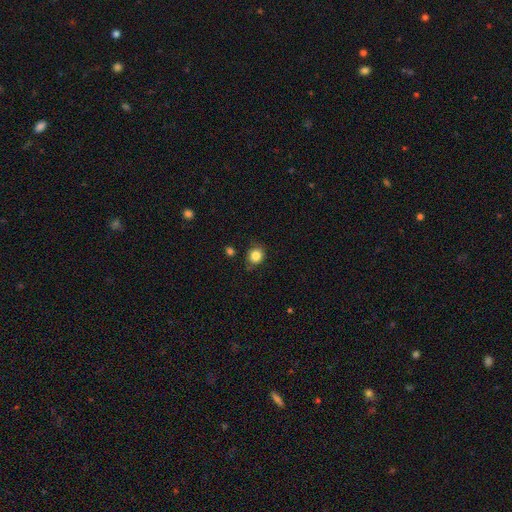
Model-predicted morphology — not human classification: Smooth or featured? smooth (85%)
How rounded? round (81%)
Merging? none (79%)